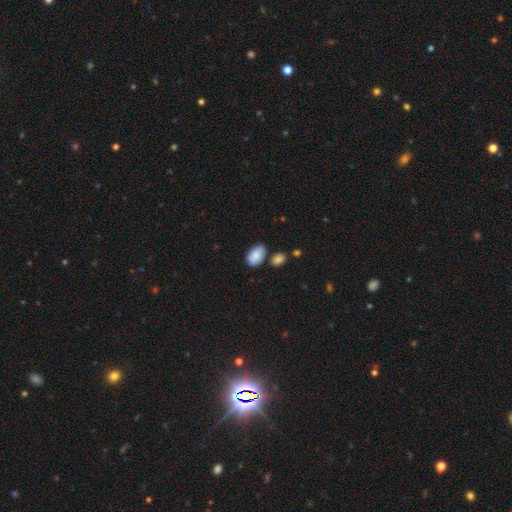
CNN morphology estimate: Smooth or featured?
  - smooth: 85% *
  - featured or disk: 8%
  - star or artifact: 7%
How rounded?
  - in between: 92% *
  - round: 7%
  - cigar-shaped: 1%
Merging?
  - none: 65% *
  - minor disturbance: 21%
  - merger: 10%
  - major disturbance: 4%